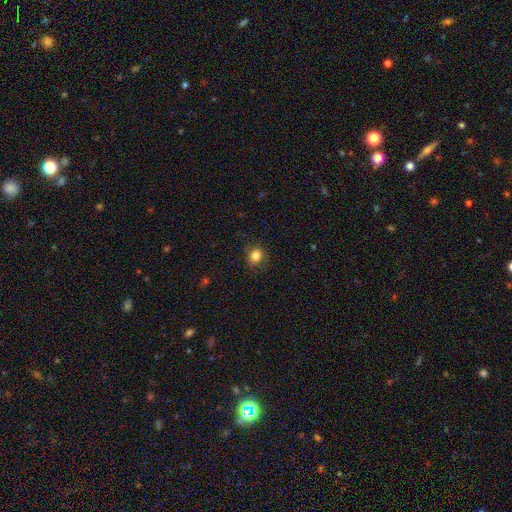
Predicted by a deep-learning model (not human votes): smooth_or_featured: smooth (p=0.83) [alt: star or artifact p=0.11]
how_rounded: round (p=0.75) [alt: in between p=0.24]
merging: none (p=0.77) [alt: minor disturbance p=0.16]